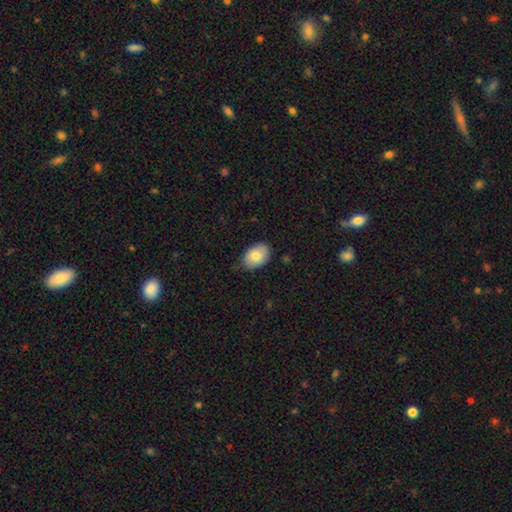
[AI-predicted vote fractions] This is clearly a smooth galaxy (81%). How rounded: clearly in between (85%). Merging: likely none (75%).